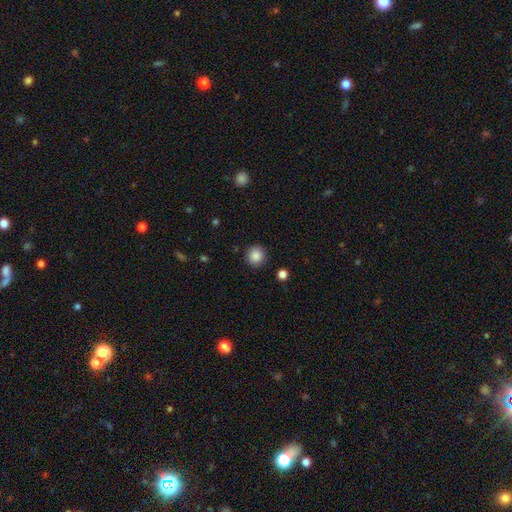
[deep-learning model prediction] The model was most divided on "smooth or featured": smooth: 87%, star or artifact: 9%, featured or disk: 4%. More confident: how rounded — round (91%); merging — none (90%).